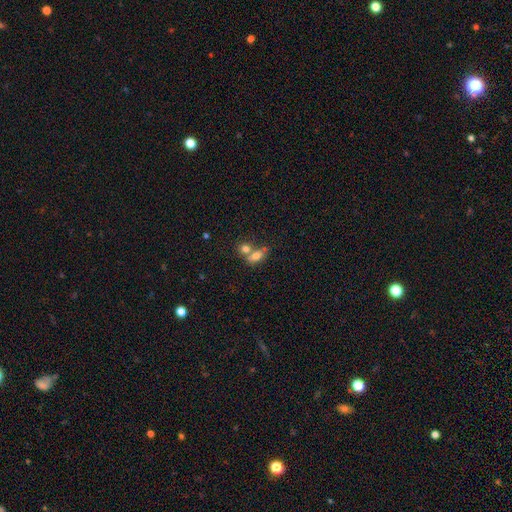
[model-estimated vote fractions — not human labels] The model was most divided on "merging": merger: 57%, none: 29%, minor disturbance: 9%, major disturbance: 5%. More confident: how rounded — in between (73%); smooth or featured — smooth (72%).